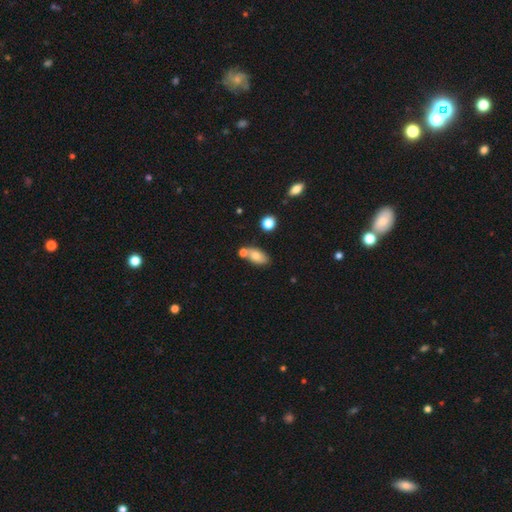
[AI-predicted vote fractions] Smooth or featured? smooth (74%)
How rounded? in between (87%)
Merging? none (61%)